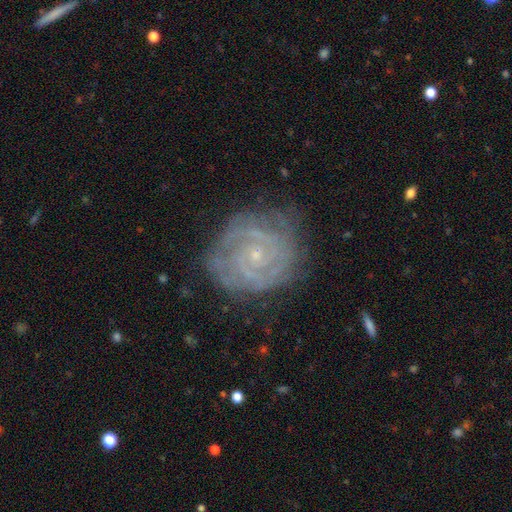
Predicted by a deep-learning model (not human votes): smooth-or-featured: featured or disk: 84% | smooth: 9% | star or artifact: 7%
  disk-edge-on: no: 98% | yes: 2%
    bar: no: 74% | weak: 21% | strong: 5%
    has-spiral-arms: yes: 95% | no: 5%
      spiral-winding: tight: 77% | medium: 19% | loose: 4%
      spiral-arm-count: 2: 33% | can't tell: 27% | 3: 19% | 4: 10% | more than 4: 6% | 1: 6%
    bulge-size: small: 83% | moderate: 13% | none: 3% | large: 1% | dominant: 1%
  merging: none: 76% | minor disturbance: 17% | major disturbance: 6% | merger: 1%